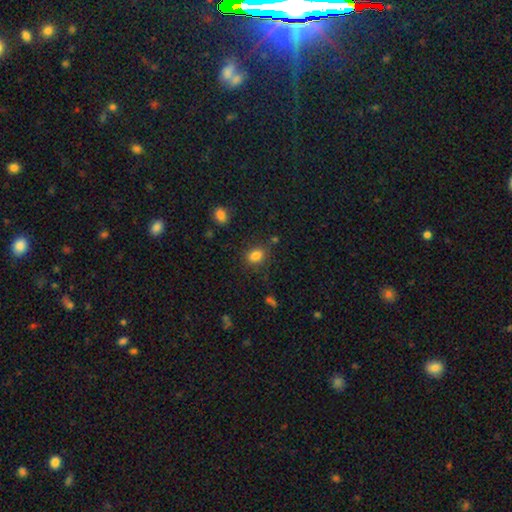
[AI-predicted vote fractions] Overall: smooth (83%). How rounded: in between (63%; round 36%). Merging: none (80%).